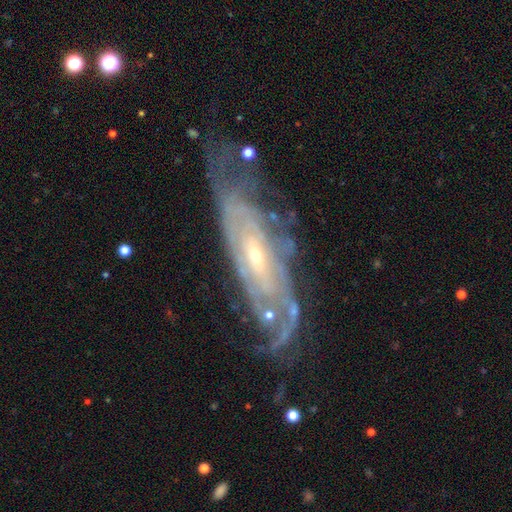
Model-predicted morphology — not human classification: The model was most divided on "bar": no: 50%, weak: 35%, strong: 15%. Remaining: spiral arms — yes (94%); smooth or featured — featured or disk (86%); edge-on disk — no (84%); merging — none (71%); bulge size — small (70%); spiral winding — tight (66%); spiral arm count — can't tell (46%).